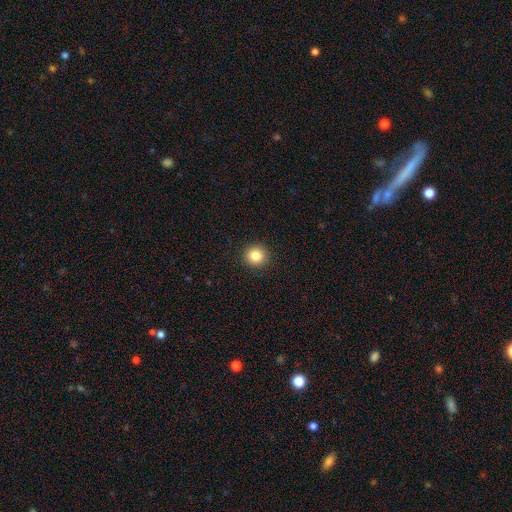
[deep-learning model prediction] This appears to be a smooth galaxy with no disk features (84%) that is round (93%). Merging: none (93%).